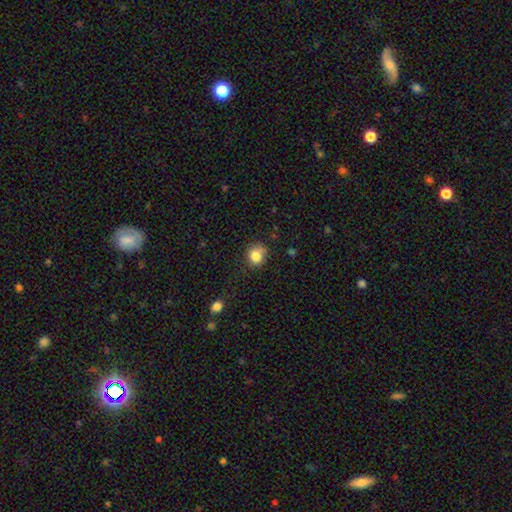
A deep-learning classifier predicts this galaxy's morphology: Smooth or featured? Predicted: smooth (p=0.83). How rounded? Predicted: round (p=0.76). Merging? Predicted: none (p=0.68).